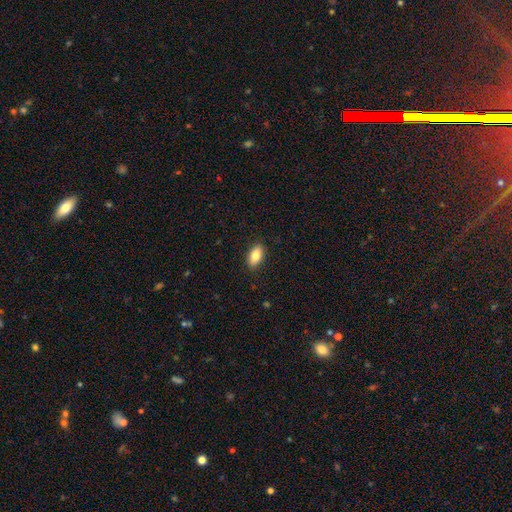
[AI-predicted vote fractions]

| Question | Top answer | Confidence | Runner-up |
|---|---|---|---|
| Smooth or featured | smooth | 82% | featured or disk (11%) |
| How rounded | in between | 90% | cigar-shaped (6%) |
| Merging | none | 89% | minor disturbance (8%) |